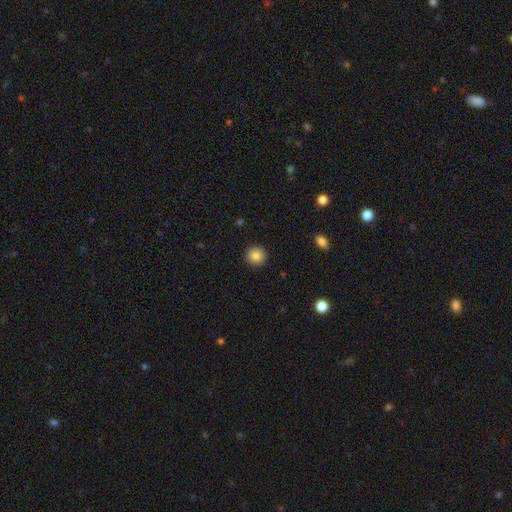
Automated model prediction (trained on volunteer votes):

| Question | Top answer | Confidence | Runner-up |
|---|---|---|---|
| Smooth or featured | smooth | 85% | star or artifact (9%) |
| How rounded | round | 95% | in between (4%) |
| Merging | none | 92% | minor disturbance (5%) |